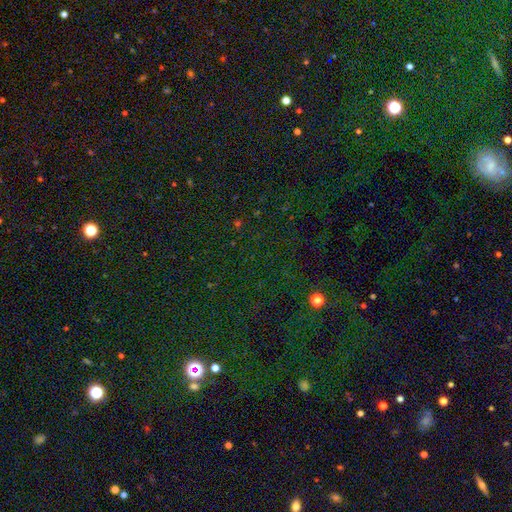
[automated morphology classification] Q: Smooth or featured?
A: star or artifact (76%); runner-up: smooth (17%)